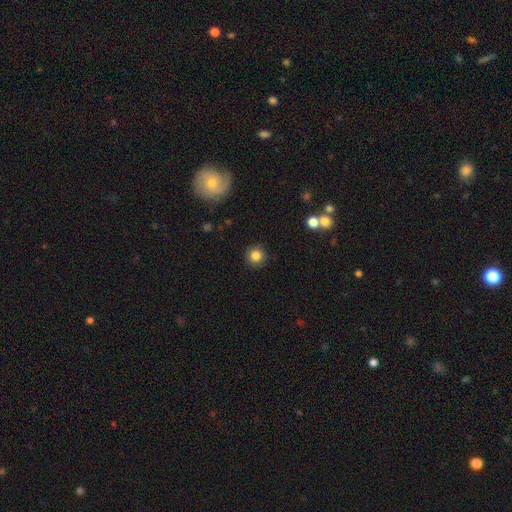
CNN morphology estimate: smooth_or_featured: smooth (p=0.84) [alt: star or artifact p=0.11]
how_rounded: round (p=0.94) [alt: in between p=0.05]
merging: none (p=0.90) [alt: minor disturbance p=0.06]